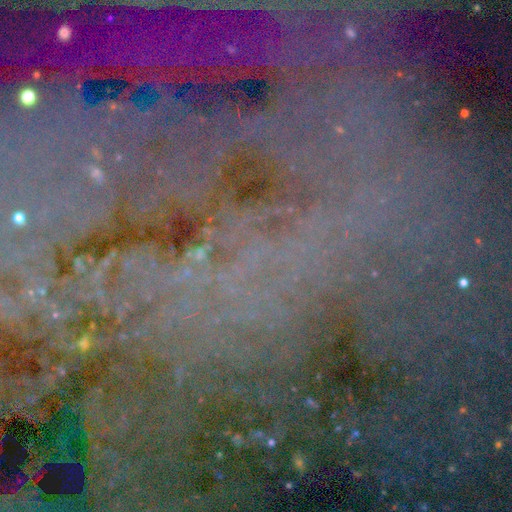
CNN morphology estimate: Smooth or featured: star or artifact — 83% (featured or disk — 10%)